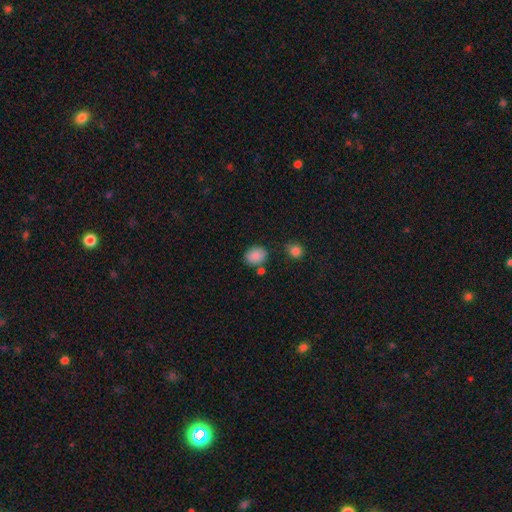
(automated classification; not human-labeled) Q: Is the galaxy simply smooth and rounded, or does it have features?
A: smooth — 87%.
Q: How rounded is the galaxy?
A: round — 50%.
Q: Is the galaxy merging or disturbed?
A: none — 73%.